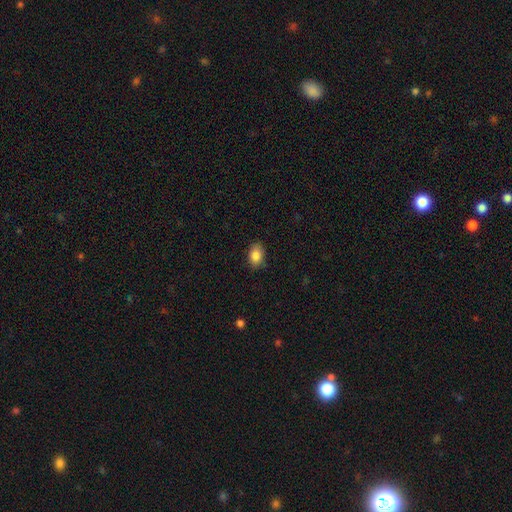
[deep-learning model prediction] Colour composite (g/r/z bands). It shows a smooth galaxy with no disk features (85%) that is in between round and cigar-shaped (83%). Merging: none (85%).